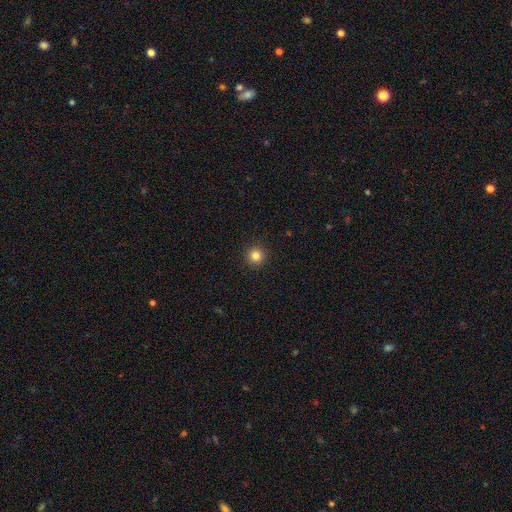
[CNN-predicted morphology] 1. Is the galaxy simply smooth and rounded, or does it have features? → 83% smooth, 12% star or artifact, 5% featured or disk.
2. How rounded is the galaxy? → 96% round, 3% in between, 1% cigar-shaped.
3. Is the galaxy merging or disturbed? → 93% none, 4% minor disturbance, 2% major disturbance, 1% merger.